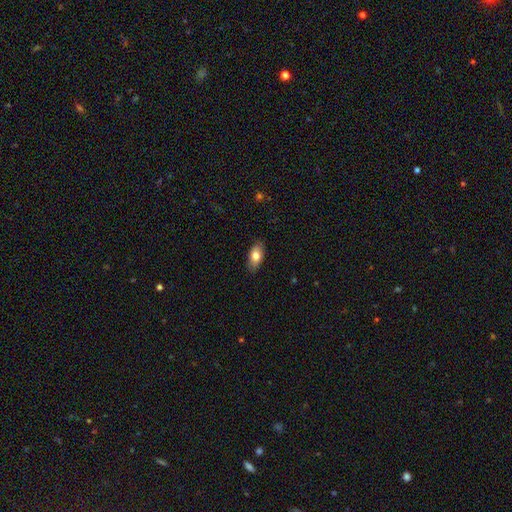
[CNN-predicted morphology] This appears to be a smooth galaxy with no disk features (78%) that is in between round and cigar-shaped (90%). Merging: none (86%).